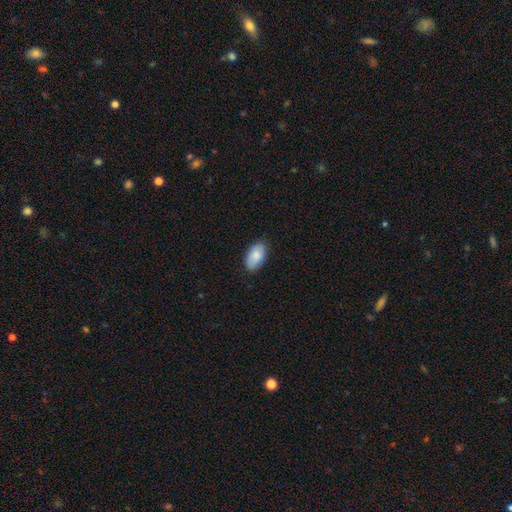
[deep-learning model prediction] Smooth or featured: smooth — 86% (featured or disk — 8%)
How rounded: in between — 94% (round — 3%)
Merging: none — 84% (minor disturbance — 13%)